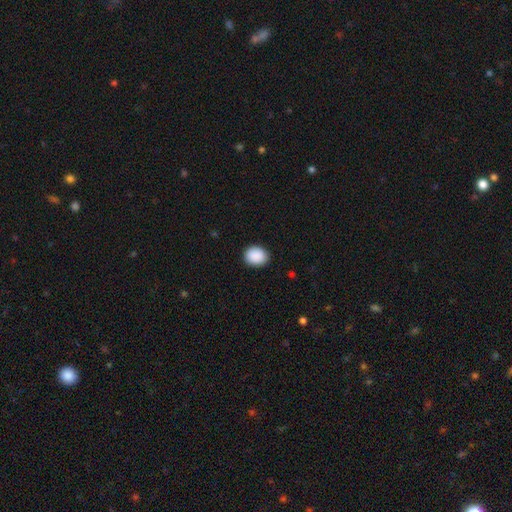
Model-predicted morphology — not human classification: Overall: smooth (91%). How rounded: round (60%; in between 39%). Merging: none (89%).